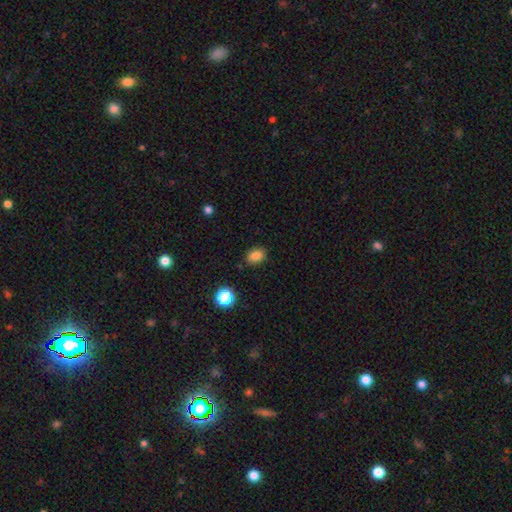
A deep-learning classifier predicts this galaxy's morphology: smooth 84%, star or artifact 11%, featured or disk 5%. Down the decision tree: how rounded — in between (69%); merging — none (84%).